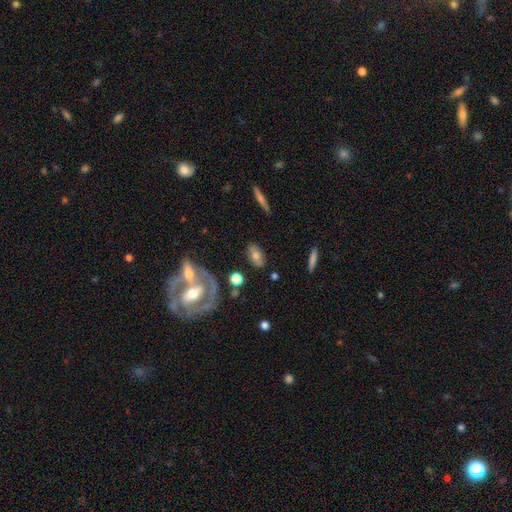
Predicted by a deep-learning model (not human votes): Q: Smooth or featured?
A: smooth (59%); runner-up: featured or disk (32%)
Q: How rounded?
A: in between (86%); runner-up: round (8%)
Q: Merging?
A: none (77%); runner-up: minor disturbance (14%)